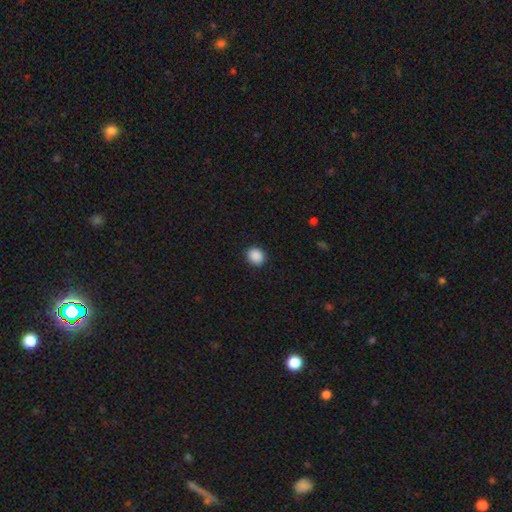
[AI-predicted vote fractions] Morphology: type=smooth (89%); roundness=round (68%); merging=none (90%).